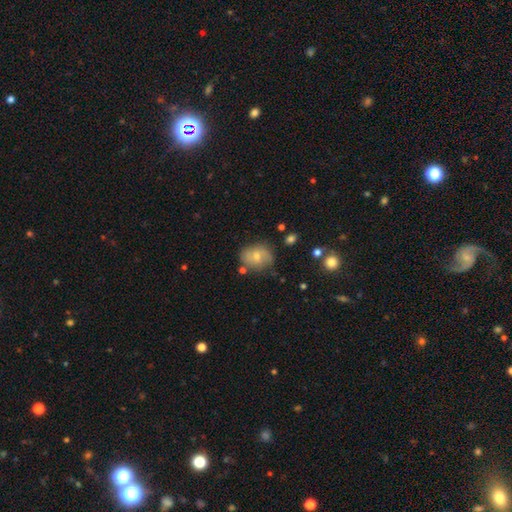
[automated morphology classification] smooth_or_featured: smooth (p=0.45) [alt: featured or disk p=0.41]
merging: none (p=0.72) [alt: minor disturbance p=0.19]